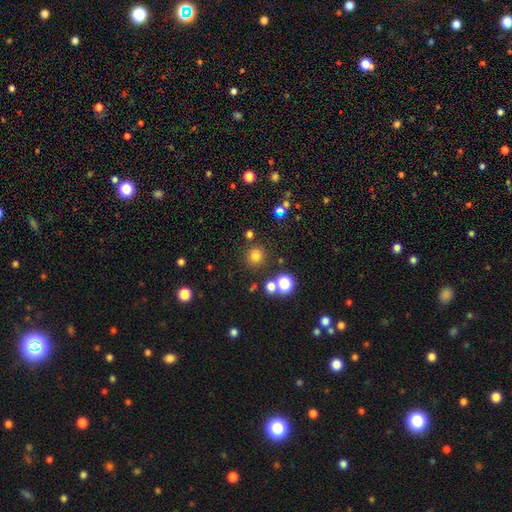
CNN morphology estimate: Q: Smooth or featured?
A: smooth (75%); runner-up: star or artifact (19%)
Q: How rounded?
A: round (92%); runner-up: in between (7%)
Q: Merging?
A: none (85%); runner-up: minor disturbance (7%)